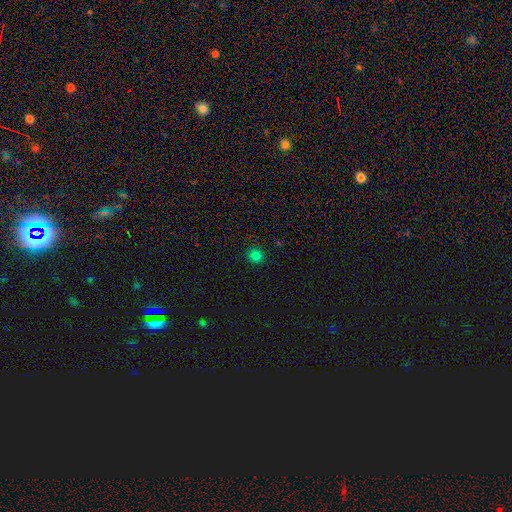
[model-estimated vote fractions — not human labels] This appears to be a smooth galaxy with no disk features (80%) that is round (89%). Merging: none (91%).